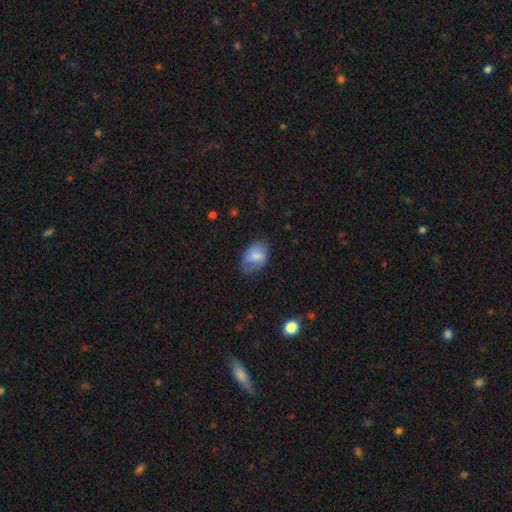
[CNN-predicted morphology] smooth-or-featured: smooth: 76% | featured or disk: 16% | star or artifact: 8%
  how-rounded: in between: 82% | round: 17% | cigar-shaped: 1%
  merging: none: 60% | minor disturbance: 29% | major disturbance: 10% | merger: 1%